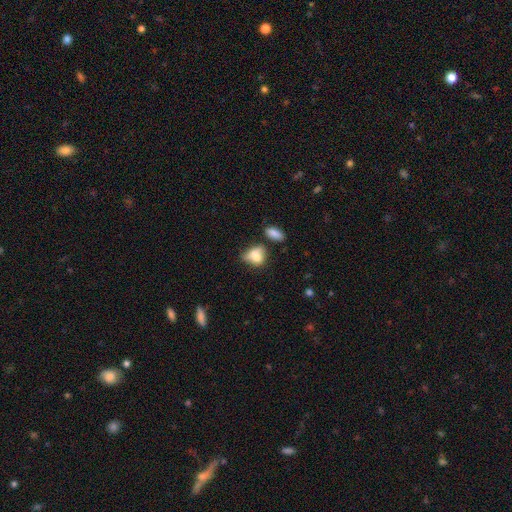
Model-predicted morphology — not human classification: Smooth or featured? Predicted: smooth (p=0.72). How rounded? Predicted: in between (p=0.62). Merging? Predicted: none (p=0.34).